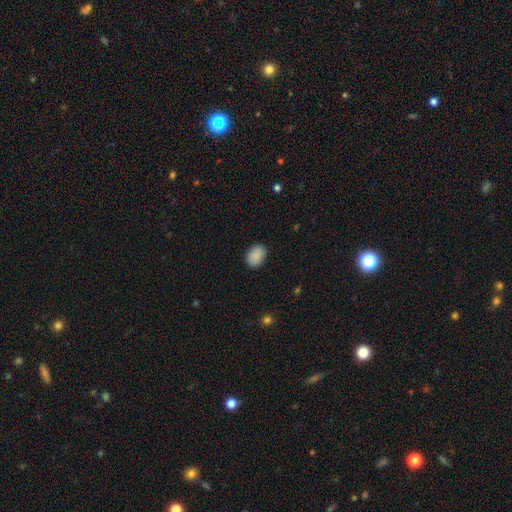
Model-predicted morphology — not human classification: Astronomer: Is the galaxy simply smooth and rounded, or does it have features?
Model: smooth — 89%.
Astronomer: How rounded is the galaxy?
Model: in between — 75%.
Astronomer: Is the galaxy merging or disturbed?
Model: none — 86%.